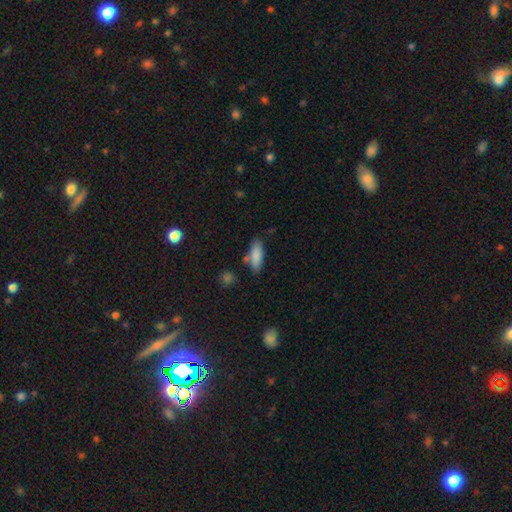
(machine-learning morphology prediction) A smooth galaxy with no disk features (85%) that is in between round and cigar-shaped (67%). Merging: none (72%).